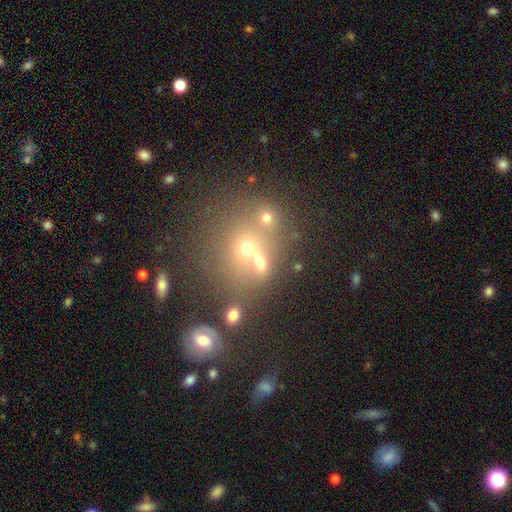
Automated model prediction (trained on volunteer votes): A smooth galaxy with no disk features (59%) that is round (64%).

Vote fractions:
- Smooth or featured? smooth: 59% / star or artifact: 24% / featured or disk: 17%
- How rounded? round: 64% / in between: 34% / cigar-shaped: 2%
- Merging? merger: 42% (tied) / none: 42% (tied) / minor disturbance: 9% / major disturbance: 6%